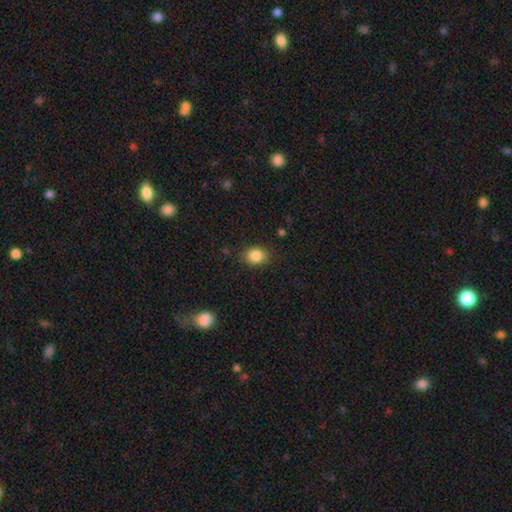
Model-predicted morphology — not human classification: A smooth galaxy with no disk features (86%) that is round (50%). Merging: none (84%).